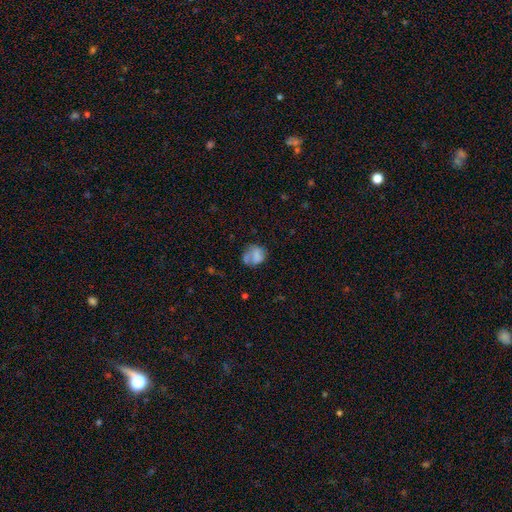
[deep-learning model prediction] smooth 62%, featured or disk 28%, star or artifact 11%. Down the decision tree: how rounded — round (59%); merging — none (43%).